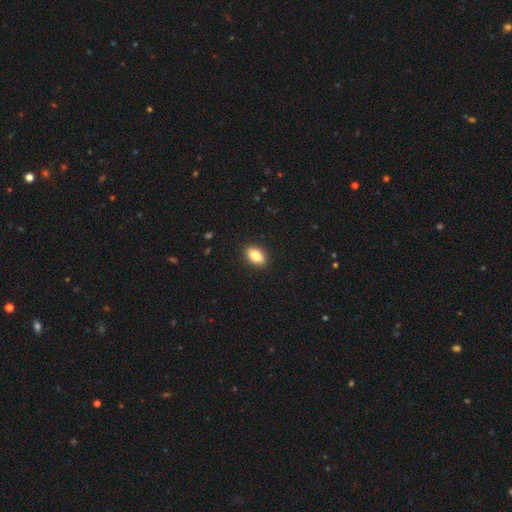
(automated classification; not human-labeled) smooth 81%, featured or disk 12%, star or artifact 8%. Down the decision tree: how rounded — in between (88%); merging — none (90%).